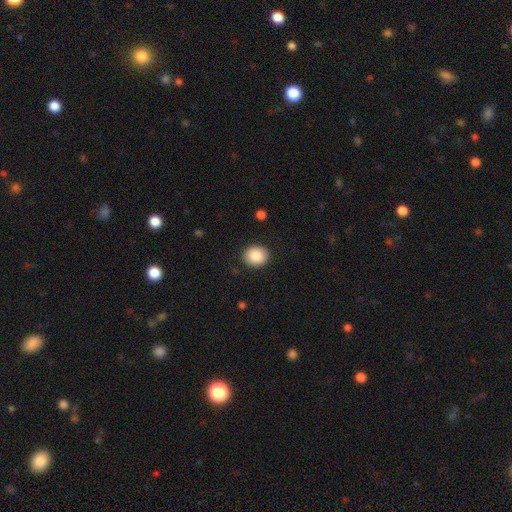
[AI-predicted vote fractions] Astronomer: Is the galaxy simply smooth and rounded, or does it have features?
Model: smooth — 86%.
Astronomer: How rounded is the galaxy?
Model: round — 71%.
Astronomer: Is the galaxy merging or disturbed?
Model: none — 90%.